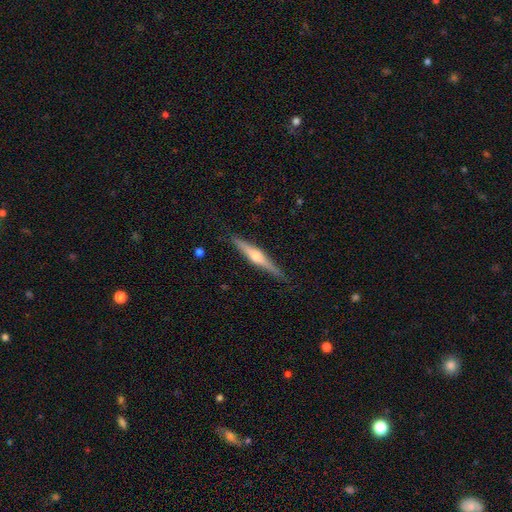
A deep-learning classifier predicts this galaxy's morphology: Smooth or featured?
  - featured or disk: 68% *
  - smooth: 27%
  - star or artifact: 6%
Edge-on disk?
  - yes: 97% *
  - no: 3%
Edge-on bulge?
  - rounded: 88% *
  - boxy: 7%
  - none: 6%
Merging?
  - none: 87% *
  - minor disturbance: 10%
  - major disturbance: 2%
  - merger: 1%